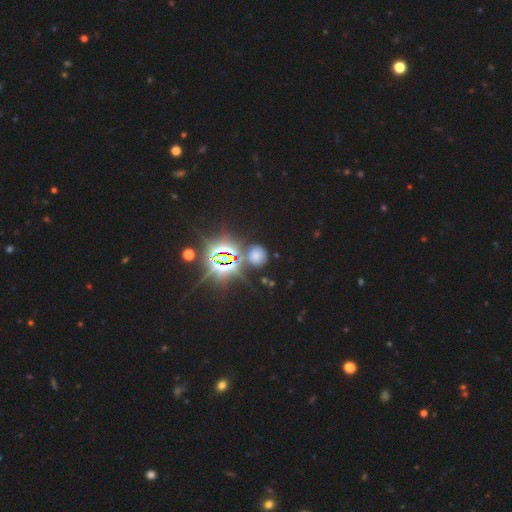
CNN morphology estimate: type=star or artifact (50%).